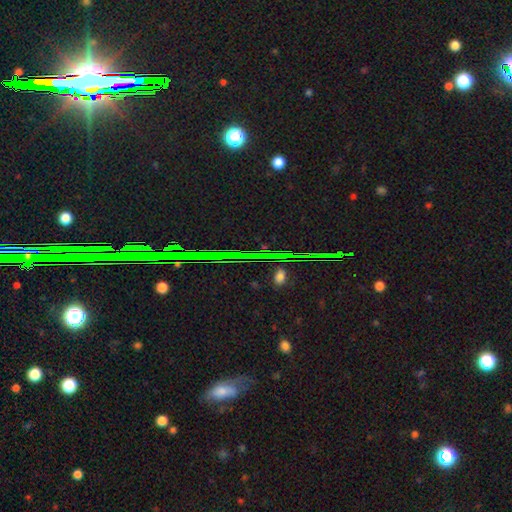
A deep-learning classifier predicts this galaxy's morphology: smooth-or-featured: star or artifact: 82% | featured or disk: 10% | smooth: 9%